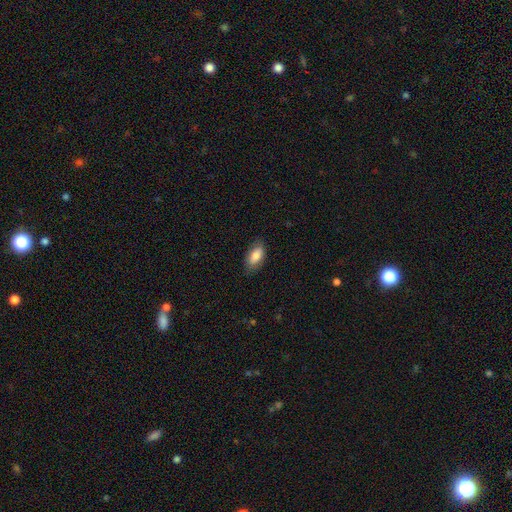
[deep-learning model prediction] Overall: smooth (82%). How rounded: in between (91%). Merging: none (79%).